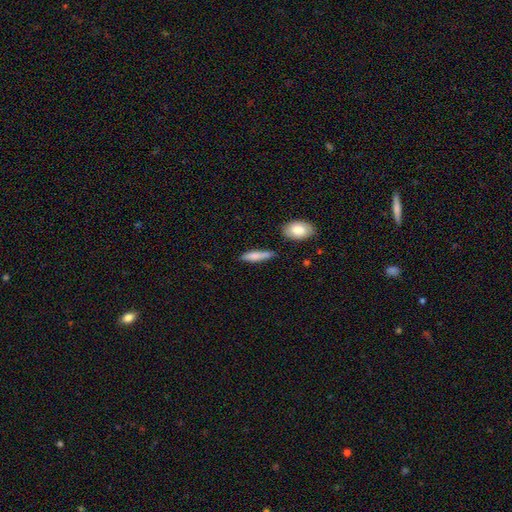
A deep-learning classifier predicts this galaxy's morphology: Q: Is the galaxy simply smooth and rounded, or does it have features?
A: smooth — 77%.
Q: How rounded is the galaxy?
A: cigar-shaped — 72%.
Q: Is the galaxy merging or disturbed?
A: none — 75%.